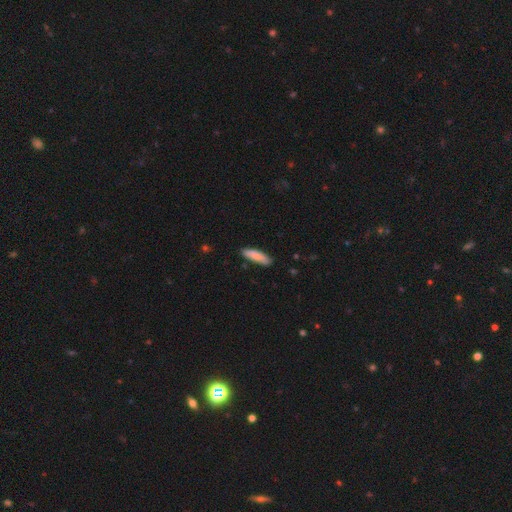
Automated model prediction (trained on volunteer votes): A smooth galaxy with no disk features (85%) that is cigar-shaped (70%). Merging: none (85%).